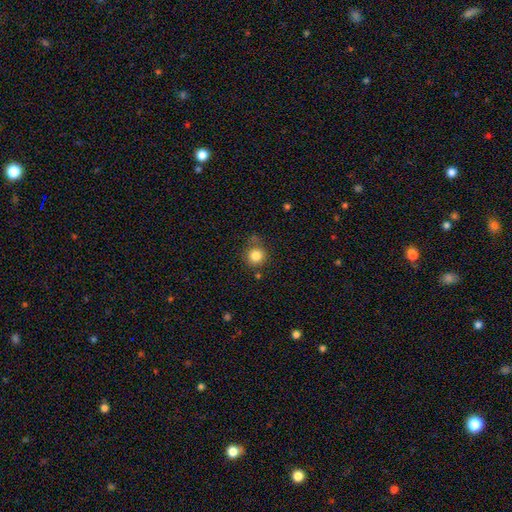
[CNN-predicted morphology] type=smooth (84%); roundness=round (92%); merging=none (75%).